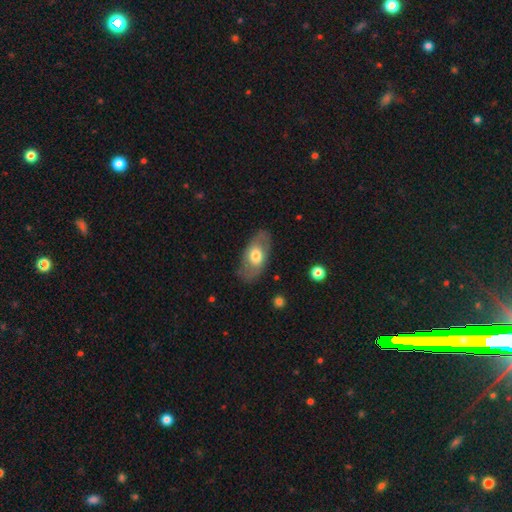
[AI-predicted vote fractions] smooth 56%, featured or disk 38%, star or artifact 6%. Down the decision tree: how rounded — in between (90%); merging — none (80%).